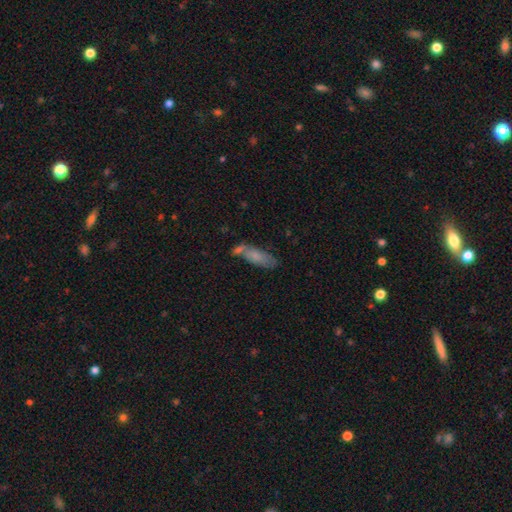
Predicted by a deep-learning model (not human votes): This appears to be a smooth galaxy with no disk features (73%) that is in between round and cigar-shaped (57%). Merging: none (46%).